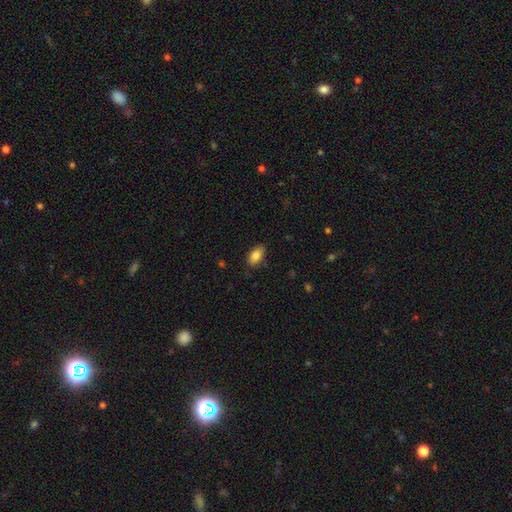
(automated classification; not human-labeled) This is clearly a smooth galaxy (85%). How rounded: clearly in between (92%). Merging: clearly none (85%).